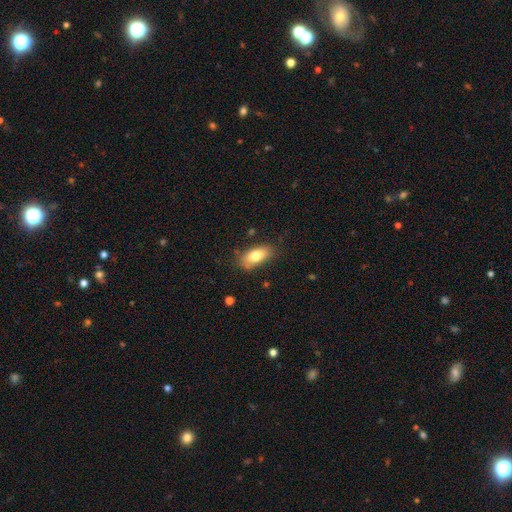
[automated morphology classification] This is likely a smooth galaxy (79%). How rounded: clearly in between (86%). Merging: likely none (75%).